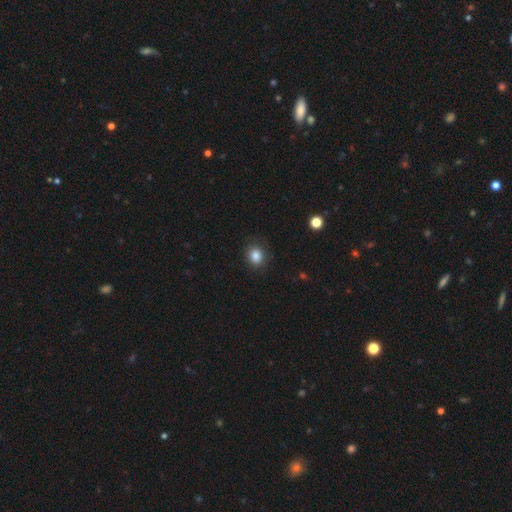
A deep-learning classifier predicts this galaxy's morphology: type=smooth (84%); roundness=round (73%); merging=none (87%).